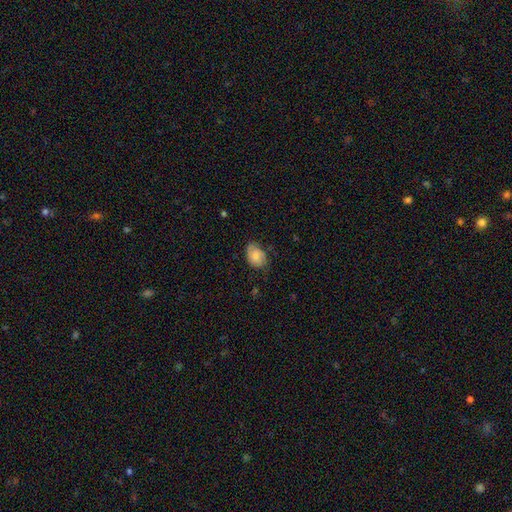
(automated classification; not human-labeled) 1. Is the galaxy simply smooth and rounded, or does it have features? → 55% smooth, 37% featured or disk, 8% star or artifact.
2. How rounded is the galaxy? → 78% in between, 21% round, 1% cigar-shaped.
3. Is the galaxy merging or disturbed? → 63% none, 27% minor disturbance, 8% major disturbance, 1% merger.